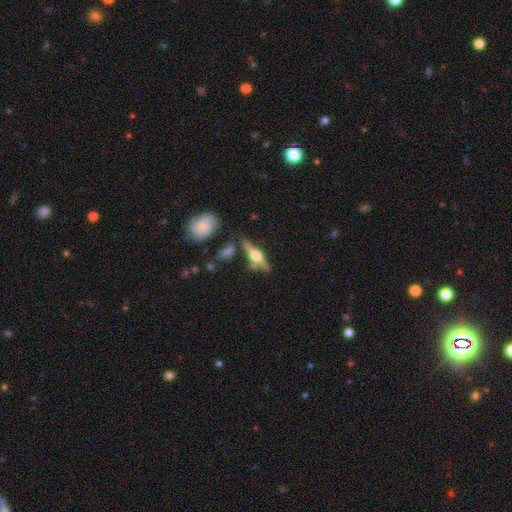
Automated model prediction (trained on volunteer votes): The model was most divided on "smooth or featured": featured or disk: 71%, smooth: 23%, star or artifact: 7%. More confident: edge-on disk — yes (96%); edge-on bulge — rounded (92%); merging — none (75%).